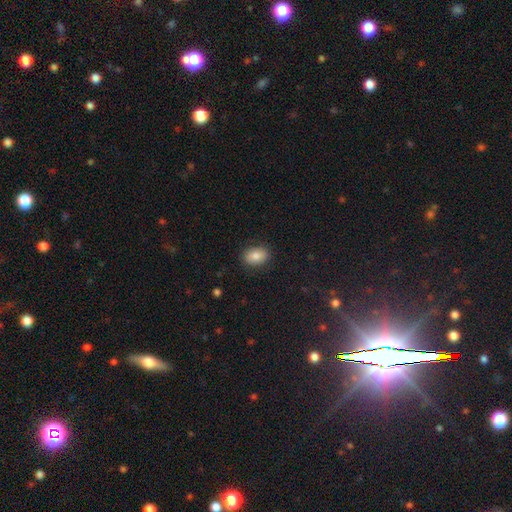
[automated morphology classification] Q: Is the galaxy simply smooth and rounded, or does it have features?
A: smooth — 83%.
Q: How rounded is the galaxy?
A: in between — 78%.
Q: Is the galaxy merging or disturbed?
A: none — 86%.